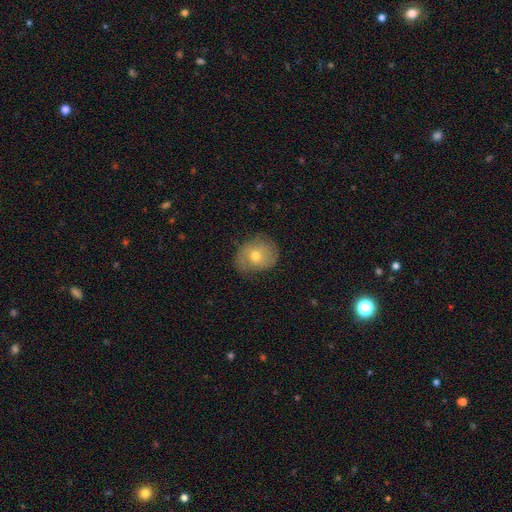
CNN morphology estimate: Smooth or featured? Predicted: smooth (p=0.56). How rounded? Predicted: round (p=0.61). Merging? Predicted: none (p=0.69).